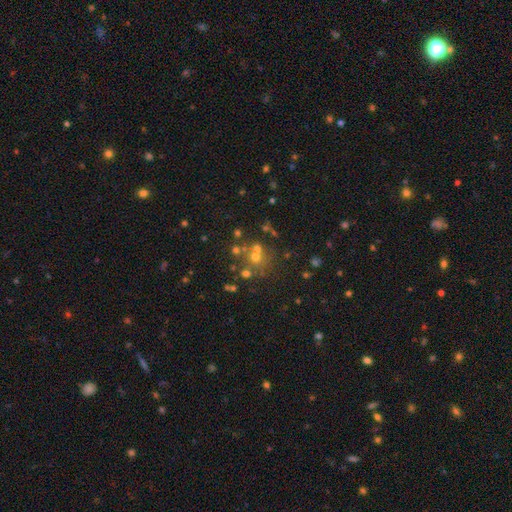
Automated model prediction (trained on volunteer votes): Overall: smooth (44%; star or artifact 37%). Merging: none (59%; merger 26%).